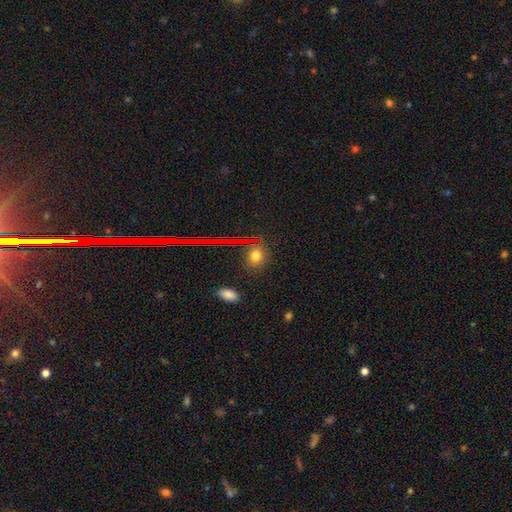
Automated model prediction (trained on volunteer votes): Smooth or featured?
  - smooth: 71% *
  - star or artifact: 22%
  - featured or disk: 7%
How rounded?
  - round: 69% *
  - in between: 29%
  - cigar-shaped: 2%
Merging?
  - none: 85% *
  - minor disturbance: 9%
  - major disturbance: 3%
  - merger: 3%